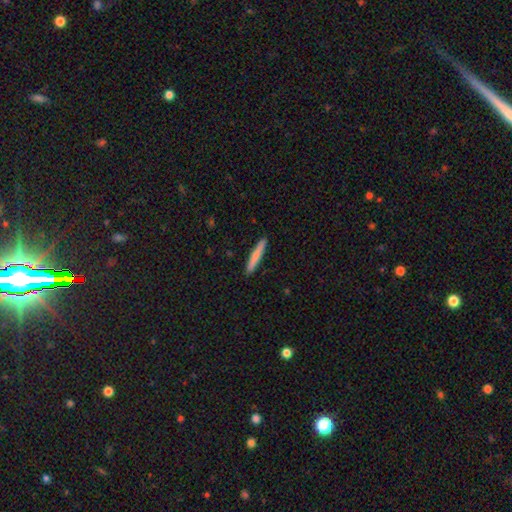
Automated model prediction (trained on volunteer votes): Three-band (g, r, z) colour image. It shows a smooth galaxy with no disk features (72%) that is cigar-shaped (95%). Merging: none (91%).